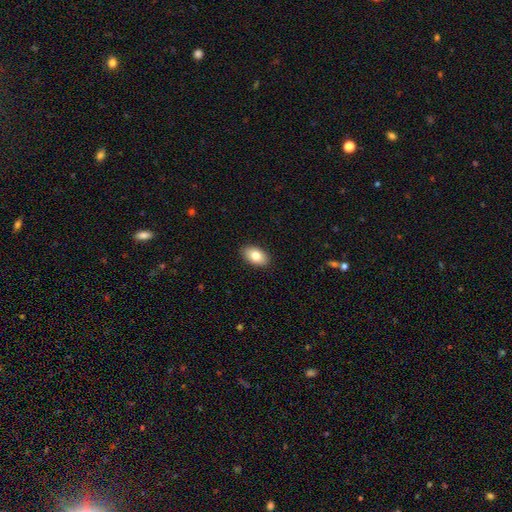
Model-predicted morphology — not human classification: A smooth galaxy with no disk features (81%) that is in between round and cigar-shaped (93%).

Vote fractions:
- Smooth or featured? smooth: 81% / featured or disk: 12% / star or artifact: 7%
- How rounded? in between: 93% / round: 6% / cigar-shaped: 2%
- Merging? none: 89% / minor disturbance: 8% / major disturbance: 2% / merger: 1%